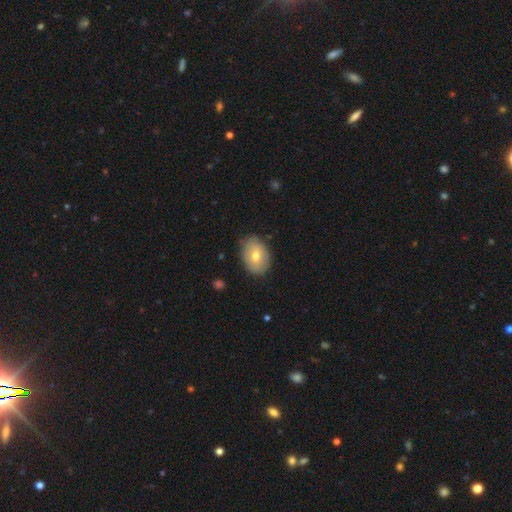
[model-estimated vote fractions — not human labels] This appears to be a smooth galaxy with no disk features (67%) that is in between round and cigar-shaped (77%). Merging: none (83%).